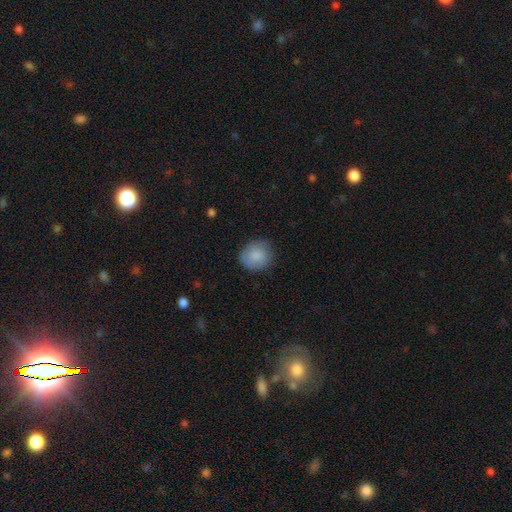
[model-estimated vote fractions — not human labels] smooth-or-featured: smooth: 84% | featured or disk: 9% | star or artifact: 7%
  how-rounded: round: 81% | in between: 18% | cigar-shaped: 1%
  merging: none: 78% | minor disturbance: 17% | major disturbance: 4% | merger: 1%